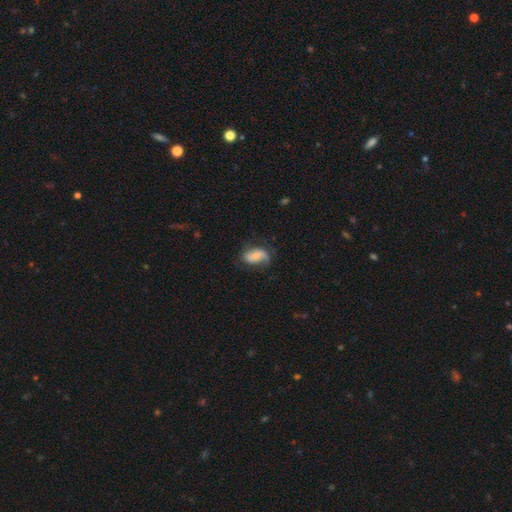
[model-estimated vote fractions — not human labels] smooth-or-featured: smooth: 53% | featured or disk: 40% | star or artifact: 7%
  how-rounded: in between: 90% | round: 8% | cigar-shaped: 2%
  merging: none: 56% | minor disturbance: 29% | major disturbance: 13% | merger: 2%